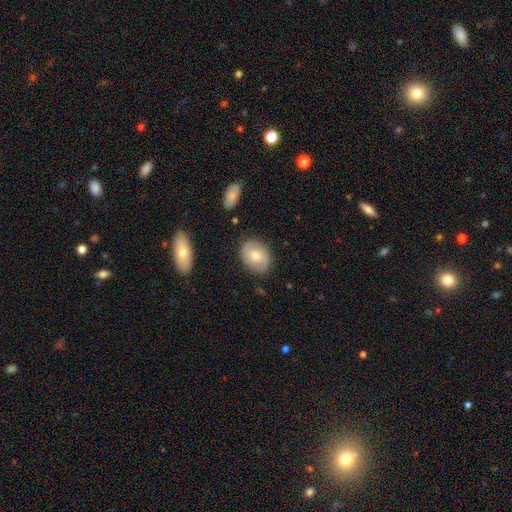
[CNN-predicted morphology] The model was most divided on "smooth or featured": smooth: 58%, featured or disk: 36%, star or artifact: 6%. More confident: merging — none (82%); how rounded — in between (62%).